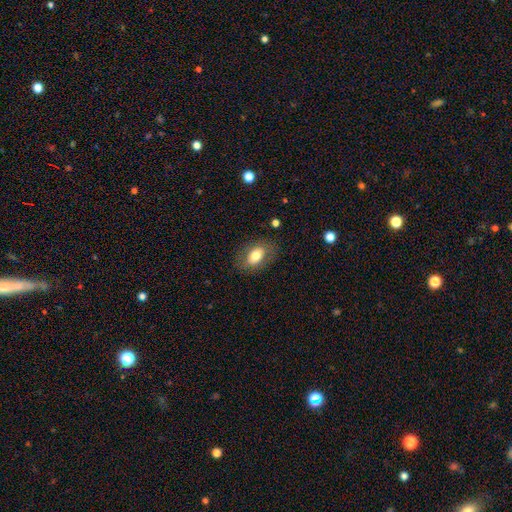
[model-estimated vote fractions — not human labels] Smooth or featured? smooth (72%)
How rounded? in between (86%)
Merging? none (80%)